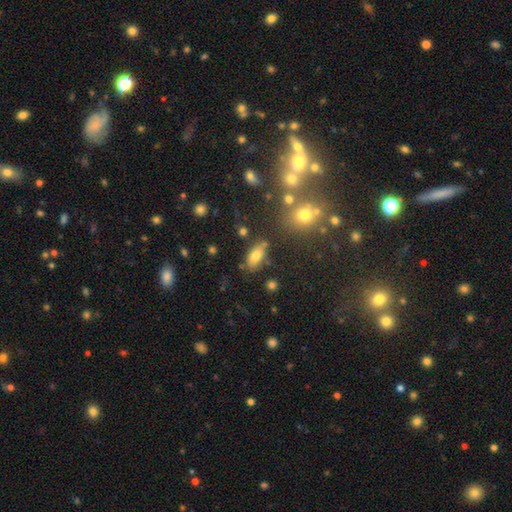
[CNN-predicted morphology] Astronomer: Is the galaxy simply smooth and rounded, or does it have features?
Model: smooth — 73%.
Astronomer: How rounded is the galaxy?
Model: in between — 86%.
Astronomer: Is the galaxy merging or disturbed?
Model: none — 72%.